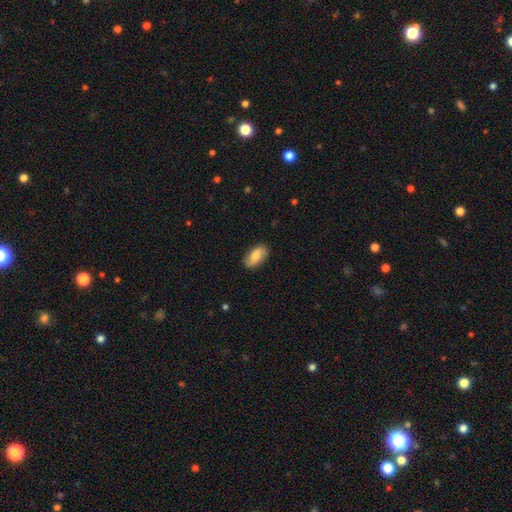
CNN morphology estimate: A smooth galaxy with no disk features (73%) that is in between round and cigar-shaped (94%). Merging: none (84%).